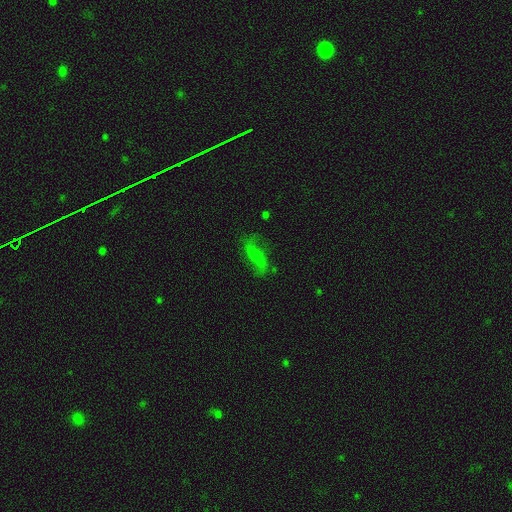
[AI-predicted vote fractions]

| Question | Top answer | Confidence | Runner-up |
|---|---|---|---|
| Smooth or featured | featured or disk | 45% | smooth (42%) |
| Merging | none | 63% | minor disturbance (22%) |